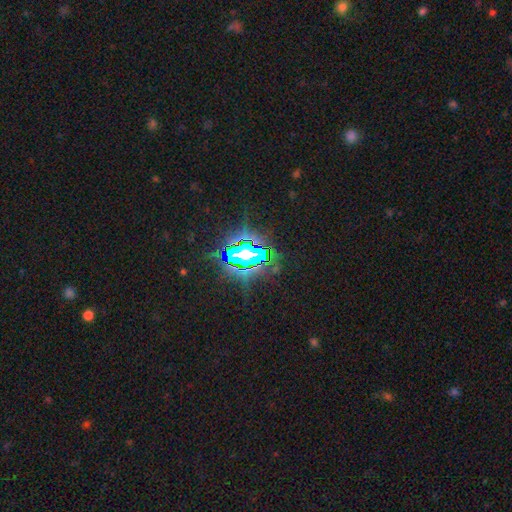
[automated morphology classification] type=star or artifact (82%).